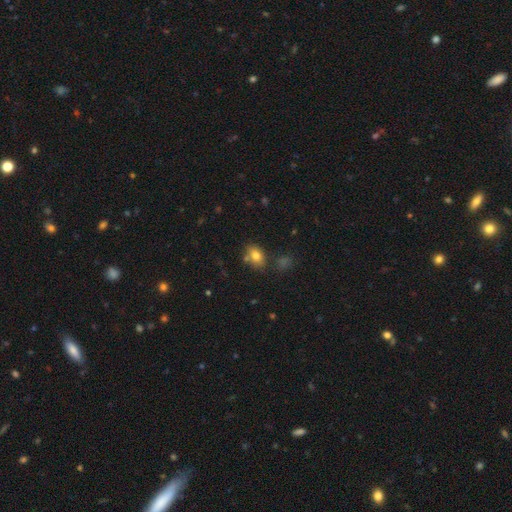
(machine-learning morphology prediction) Q: Smooth or featured?
A: smooth (77%); runner-up: featured or disk (12%)
Q: How rounded?
A: in between (72%); runner-up: round (27%)
Q: Merging?
A: none (66%); runner-up: minor disturbance (17%)